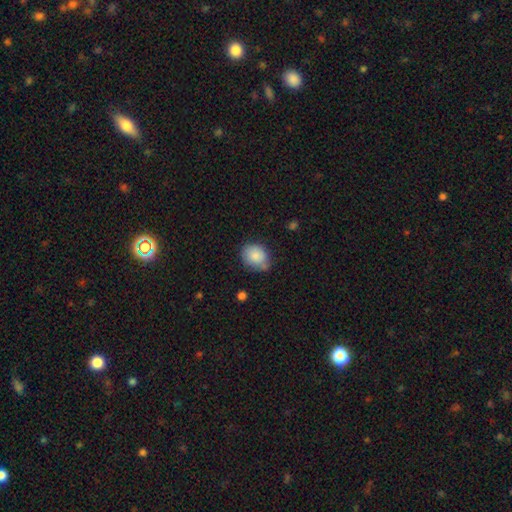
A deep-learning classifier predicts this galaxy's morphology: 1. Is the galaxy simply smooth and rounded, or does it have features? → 82% smooth, 11% featured or disk, 8% star or artifact.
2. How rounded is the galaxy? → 51% in between, 48% round, 1% cigar-shaped.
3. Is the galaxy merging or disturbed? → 62% none, 29% minor disturbance, 6% major disturbance, 3% merger.